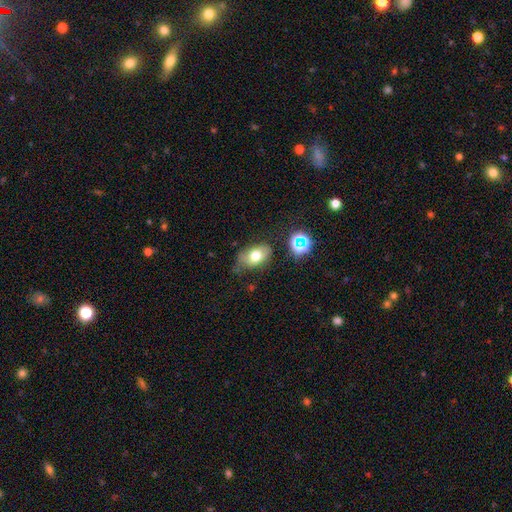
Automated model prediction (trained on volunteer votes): This is likely a smooth galaxy (71%). How rounded: clearly in between (84%). Merging: possibly none (56%).